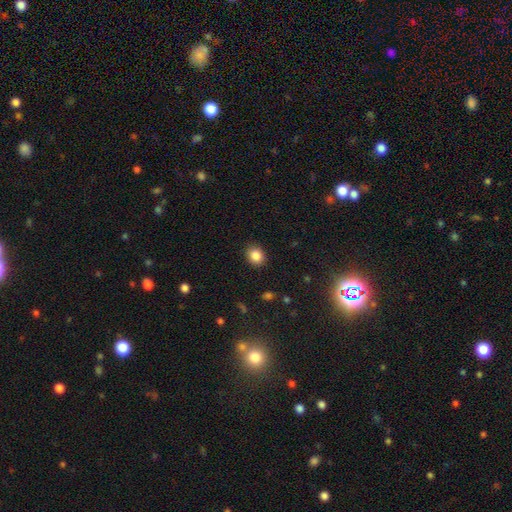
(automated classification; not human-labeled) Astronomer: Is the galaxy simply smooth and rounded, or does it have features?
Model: smooth — 86%.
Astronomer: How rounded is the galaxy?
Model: round — 63%.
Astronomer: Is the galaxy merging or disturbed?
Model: none — 88%.